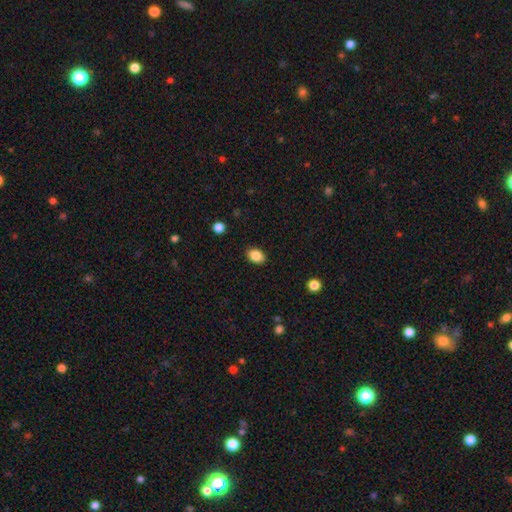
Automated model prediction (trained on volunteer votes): smooth 86%, star or artifact 9%, featured or disk 5%. Down the decision tree: how rounded — in between (80%); merging — none (89%).